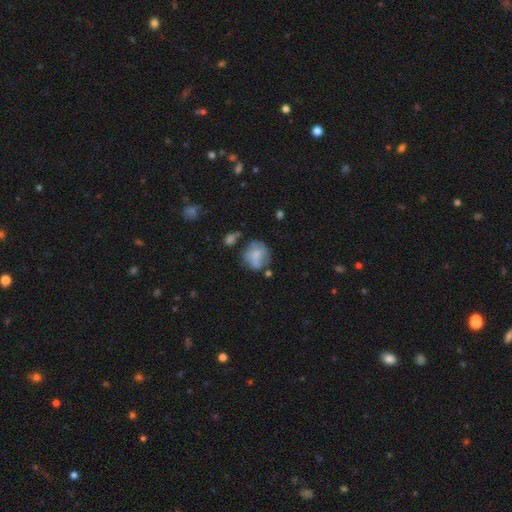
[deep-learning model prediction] A smooth galaxy with no disk features (63%) that is round (77%). Merging: none (50%).